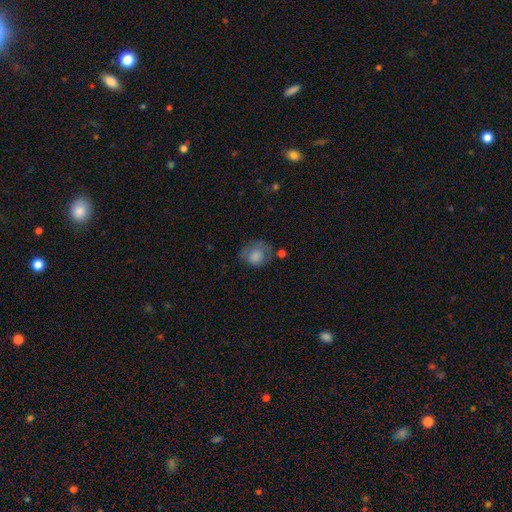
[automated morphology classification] Smooth or featured: smooth — 74% (featured or disk — 16%)
How rounded: round — 59% (in between — 40%)
Merging: none — 44% (minor disturbance — 30%)